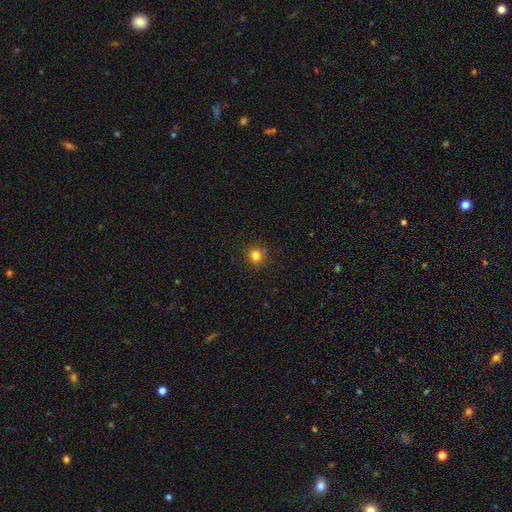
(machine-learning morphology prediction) smooth_or_featured: smooth (p=0.81) [alt: star or artifact p=0.14]
how_rounded: round (p=0.92) [alt: in between p=0.07]
merging: none (p=0.89) [alt: minor disturbance p=0.07]